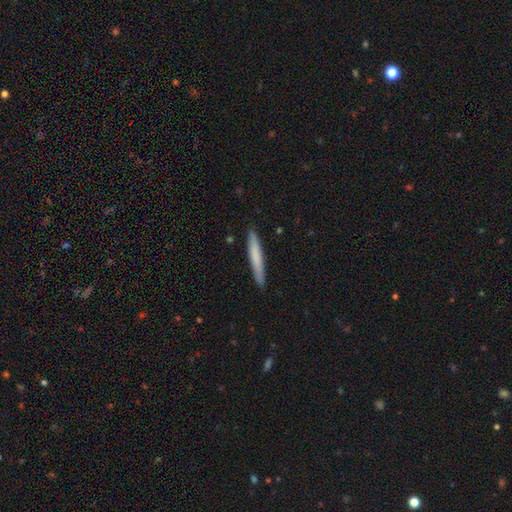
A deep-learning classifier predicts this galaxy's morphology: This appears to be a smooth galaxy with no disk features (71%) that is cigar-shaped (96%). Merging: none (90%).